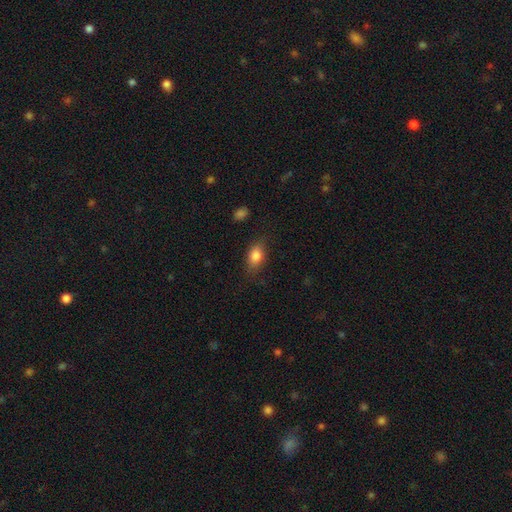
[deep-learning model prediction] smooth 83%, featured or disk 9%, star or artifact 8%. Down the decision tree: how rounded — in between (83%); merging — none (77%).